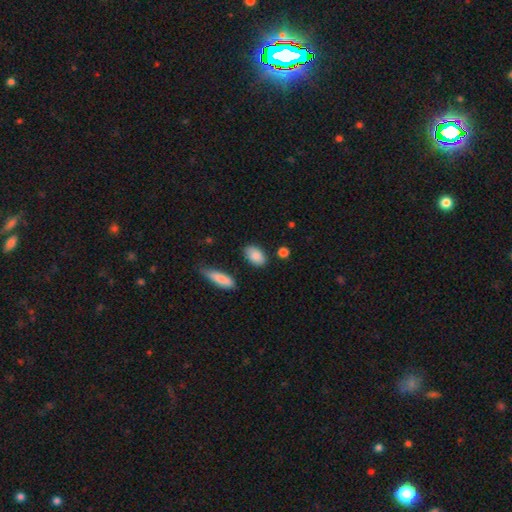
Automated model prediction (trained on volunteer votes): A smooth galaxy with no disk features (87%) that is in between round and cigar-shaped (89%). Merging: none (81%).